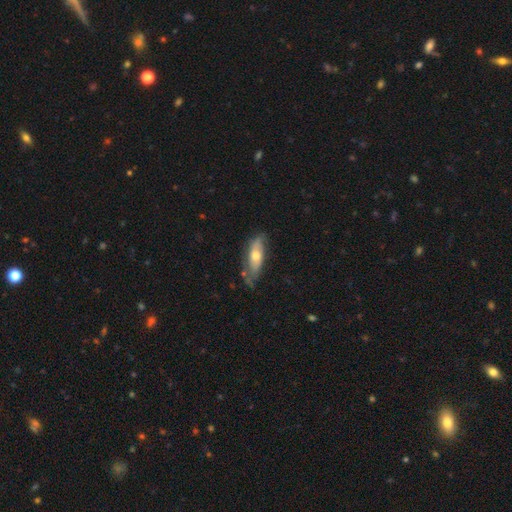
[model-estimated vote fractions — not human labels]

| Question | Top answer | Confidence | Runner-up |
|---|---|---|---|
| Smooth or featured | featured or disk | 49% | smooth (45%) |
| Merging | none | 64% | minor disturbance (27%) |